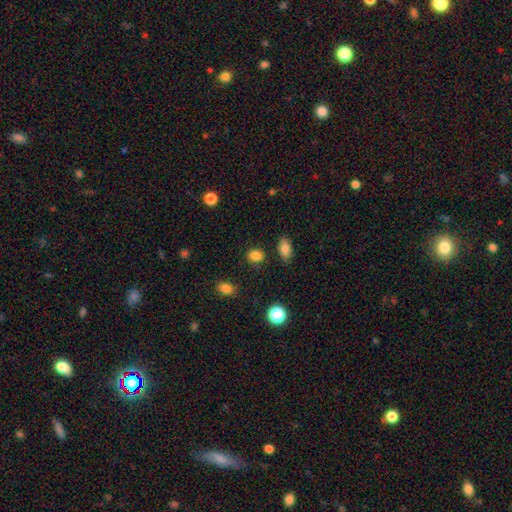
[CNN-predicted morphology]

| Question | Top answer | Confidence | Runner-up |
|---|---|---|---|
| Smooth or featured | smooth | 84% | star or artifact (12%) |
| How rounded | round | 57% | in between (41%) |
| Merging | none | 85% | minor disturbance (9%) |